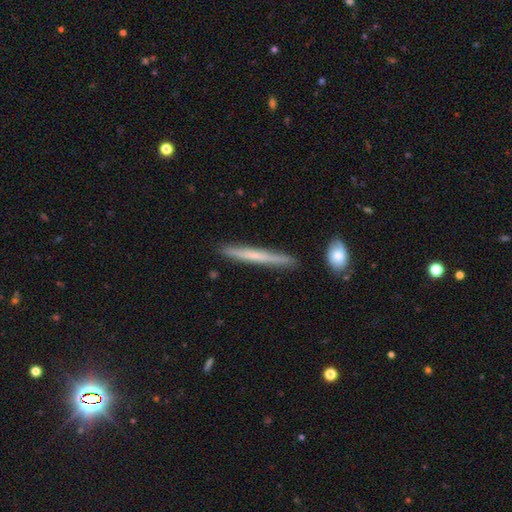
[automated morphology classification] type=smooth (52%); roundness=cigar-shaped (96%); merging=none (89%).